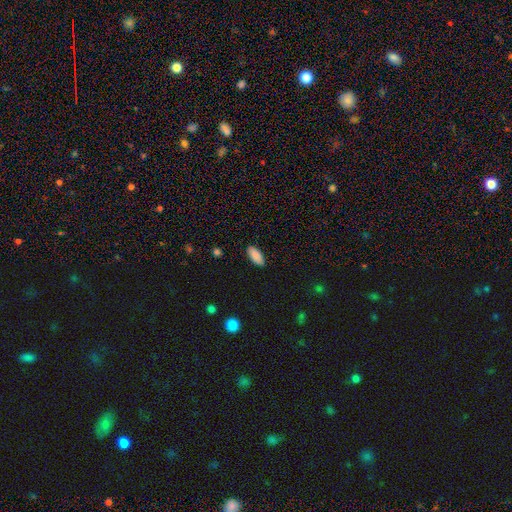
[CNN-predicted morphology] Smooth or featured? smooth (88%)
How rounded? in between (87%)
Merging? none (88%)